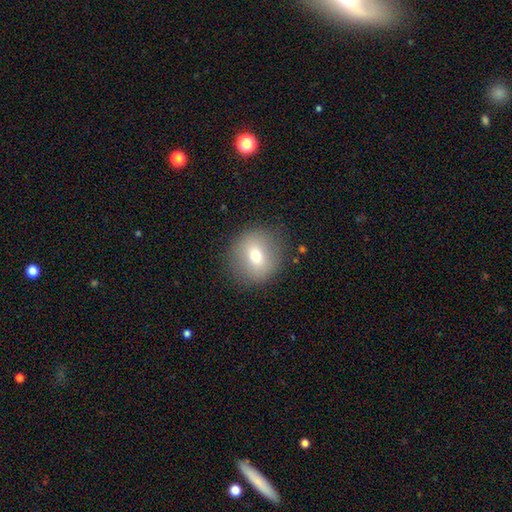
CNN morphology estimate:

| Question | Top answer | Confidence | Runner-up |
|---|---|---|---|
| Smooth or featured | smooth | 71% | featured or disk (19%) |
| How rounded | round | 81% | in between (18%) |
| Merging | none | 86% | minor disturbance (9%) |